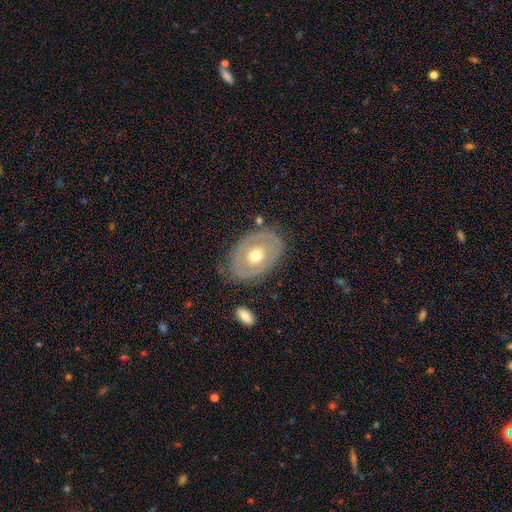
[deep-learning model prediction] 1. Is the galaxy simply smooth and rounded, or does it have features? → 65% featured or disk, 30% smooth, 5% star or artifact.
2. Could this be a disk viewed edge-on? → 93% no, 7% yes.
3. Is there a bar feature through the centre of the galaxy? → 83% no, 13% weak, 4% strong.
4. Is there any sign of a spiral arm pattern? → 72% no, 28% yes.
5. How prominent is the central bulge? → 76% moderate, 16% small, 6% large, 1% dominant, 1% none.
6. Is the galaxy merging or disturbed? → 76% none, 16% minor disturbance, 6% major disturbance, 2% merger.